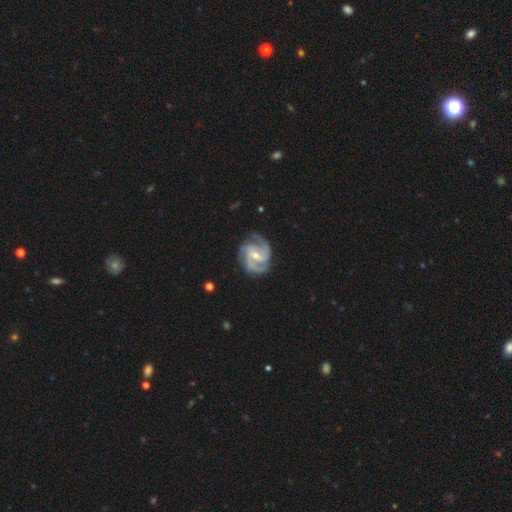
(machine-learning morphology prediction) Smooth or featured? featured or disk (92%)
Edge-on disk? no (98%)
Bar? weak (47%)
Spiral arms? yes (98%)
Spiral winding? medium (50%)
Spiral arm count? 3 (57%)
Bulge size? small (54%)
Merging? none (75%)